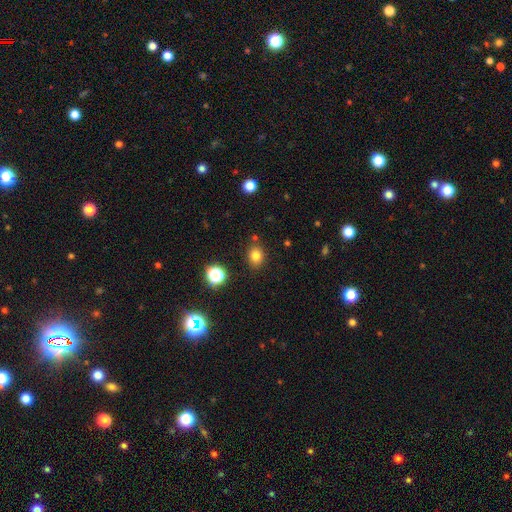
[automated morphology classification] A smooth galaxy with no disk features (80%) that is round (57%). Merging: none (83%).